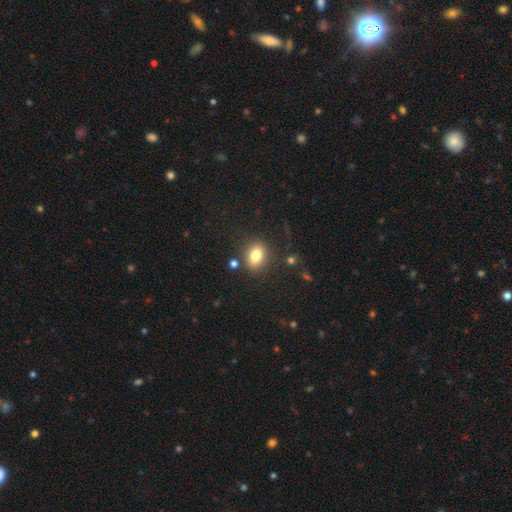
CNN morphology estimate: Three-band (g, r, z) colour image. It shows a smooth galaxy with no disk features (81%) that is in between round and cigar-shaped (64%). Merging: none (80%).